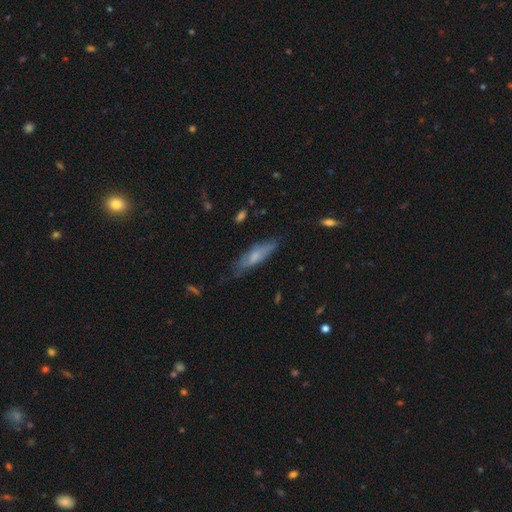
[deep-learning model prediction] Smooth or featured? Predicted: smooth (p=0.53). How rounded? Predicted: cigar-shaped (p=0.60). Merging? Predicted: none (p=0.66).